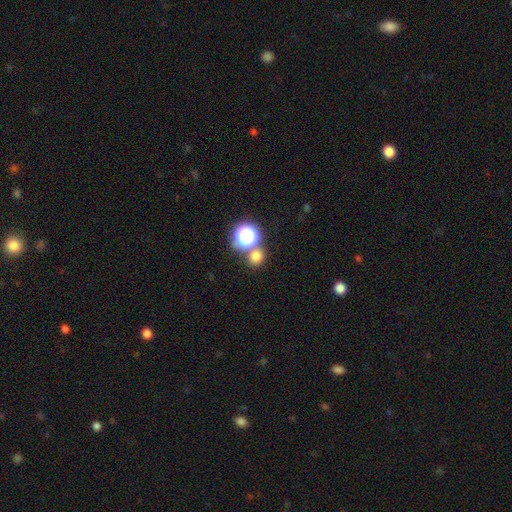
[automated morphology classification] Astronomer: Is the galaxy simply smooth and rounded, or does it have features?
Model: smooth — 72%.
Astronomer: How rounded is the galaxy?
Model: round — 85%.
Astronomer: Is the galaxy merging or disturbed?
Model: none — 68%.